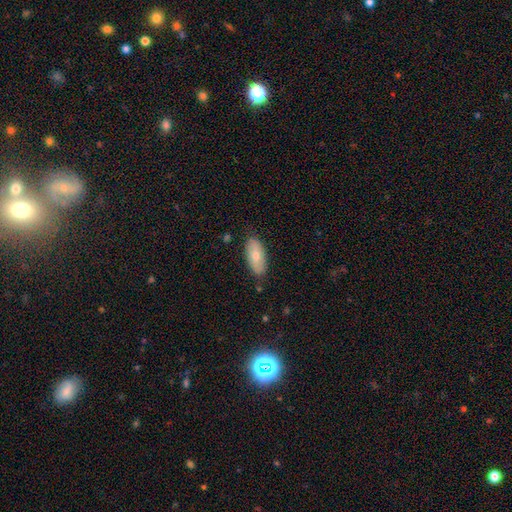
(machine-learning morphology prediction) smooth_or_featured: smooth (p=0.71) [alt: featured or disk p=0.23]
how_rounded: in between (p=0.89) [alt: cigar-shaped p=0.09]
merging: none (p=0.83) [alt: minor disturbance p=0.13]